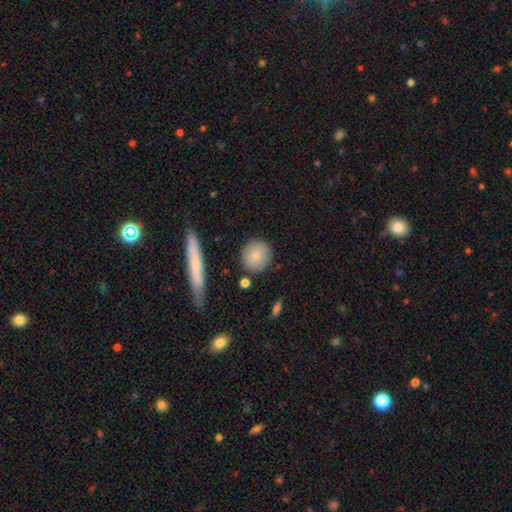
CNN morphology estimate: smooth_or_featured: smooth (p=0.83) [alt: featured or disk p=0.11]
how_rounded: round (p=0.90) [alt: in between p=0.08]
merging: none (p=0.86) [alt: minor disturbance p=0.08]